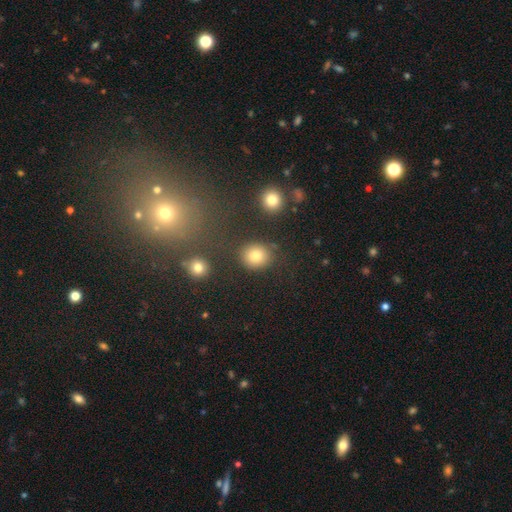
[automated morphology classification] Smooth or featured? Predicted: smooth (p=0.81). How rounded? Predicted: round (p=0.77). Merging? Predicted: none (p=0.84).